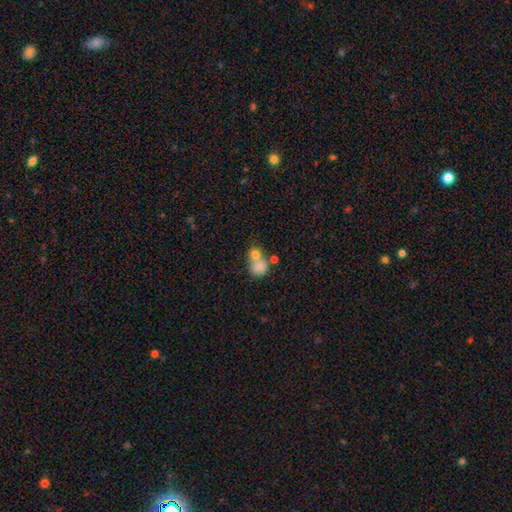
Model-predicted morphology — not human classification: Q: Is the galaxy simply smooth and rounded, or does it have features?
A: smooth — 76%.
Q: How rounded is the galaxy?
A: round — 77%.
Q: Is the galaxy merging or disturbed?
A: merger — 57%.